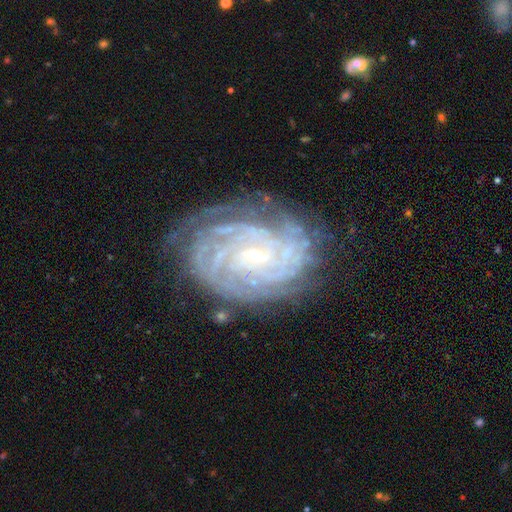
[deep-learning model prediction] The model was most divided on "bar": no: 42%, weak: 41%, strong: 16%. Remaining: spiral arms — yes (98%); edge-on disk — no (98%); smooth or featured — featured or disk (89%); spiral winding — tight (84%); bulge size — small (80%); merging — none (77%); spiral arm count — 4 (24%).